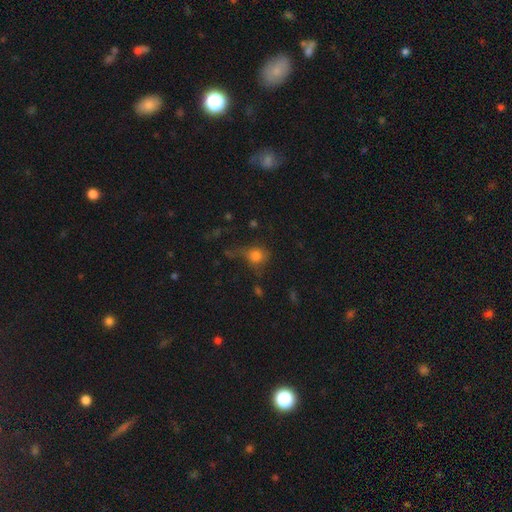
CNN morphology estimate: A smooth galaxy with no disk features (76%) that is round (79%). Merging: none (48%).